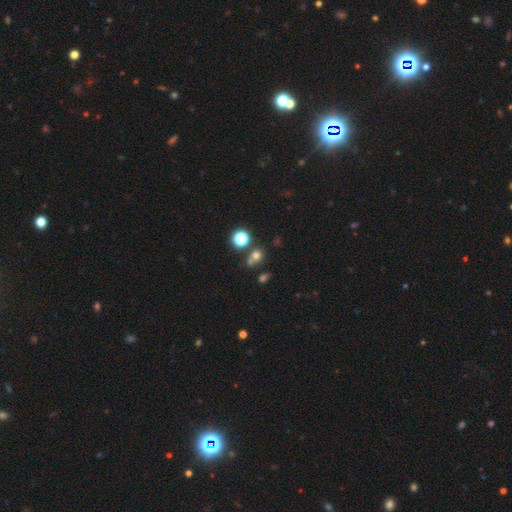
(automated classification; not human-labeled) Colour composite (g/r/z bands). It shows a smooth galaxy with no disk features (65%) that is round (73%). Merging: none (58%).